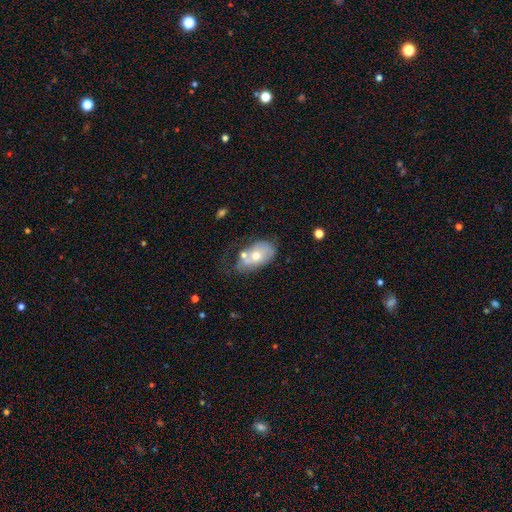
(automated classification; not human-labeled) Smooth or featured? Predicted: smooth (p=0.52). How rounded? Predicted: in between (p=0.88). Merging? Predicted: none (p=0.37).